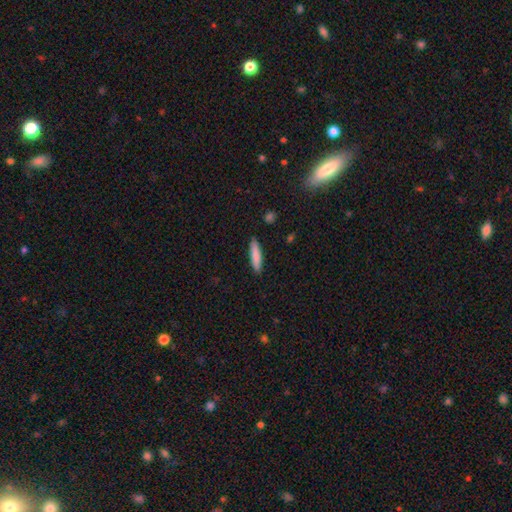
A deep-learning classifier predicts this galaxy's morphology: This appears to be a smooth galaxy with no disk features (84%) that is cigar-shaped (81%). Merging: none (88%).